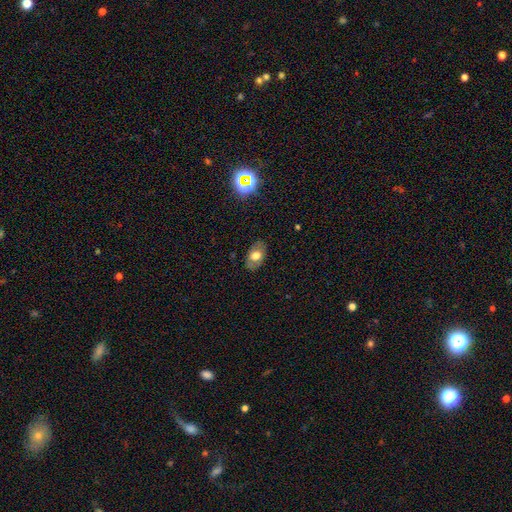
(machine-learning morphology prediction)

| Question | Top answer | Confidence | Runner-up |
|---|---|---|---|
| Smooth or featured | smooth | 62% | featured or disk (29%) |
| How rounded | in between | 89% | round (10%) |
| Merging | none | 83% | minor disturbance (13%) |